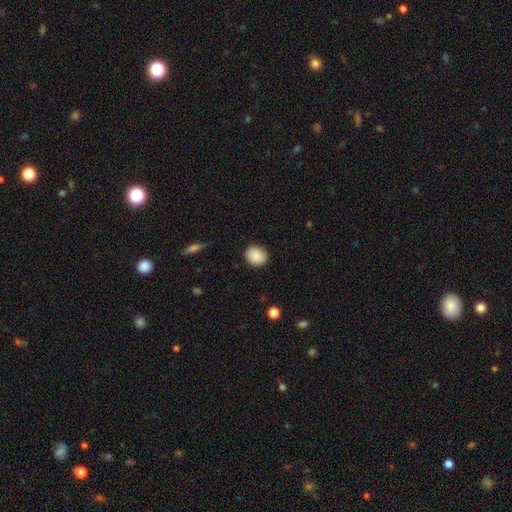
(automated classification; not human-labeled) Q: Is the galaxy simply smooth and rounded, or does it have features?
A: smooth — 89%.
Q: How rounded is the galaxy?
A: round — 72%.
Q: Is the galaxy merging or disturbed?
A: none — 87%.